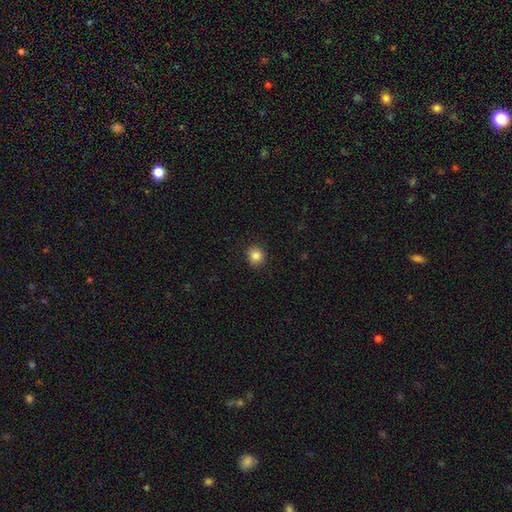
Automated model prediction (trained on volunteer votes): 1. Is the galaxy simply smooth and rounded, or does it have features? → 85% smooth, 10% star or artifact, 4% featured or disk.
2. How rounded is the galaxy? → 84% round, 15% in between, 1% cigar-shaped.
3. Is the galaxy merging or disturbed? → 90% none, 7% minor disturbance, 2% major disturbance, 1% merger.